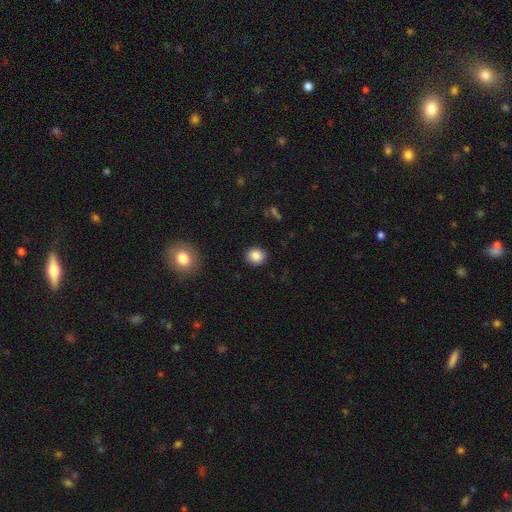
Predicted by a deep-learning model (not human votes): Smooth or featured? smooth (86%)
How rounded? round (76%)
Merging? none (90%)